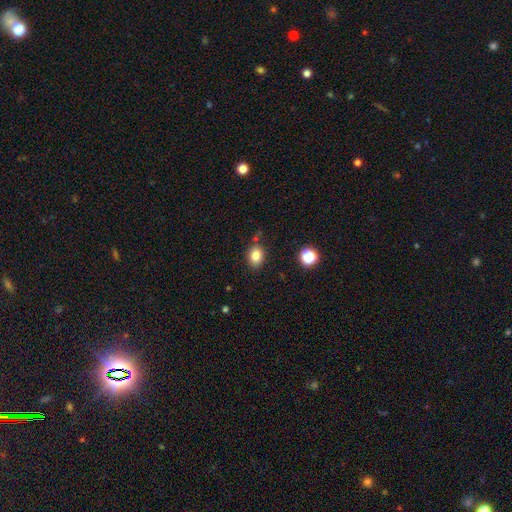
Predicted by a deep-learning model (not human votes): smooth 83%, star or artifact 11%, featured or disk 6%. Down the decision tree: how rounded — in between (60%); merging — none (79%).